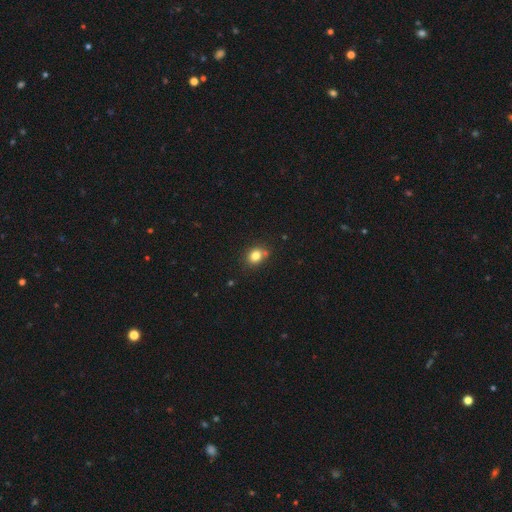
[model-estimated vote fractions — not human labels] Q: Smooth or featured?
A: smooth (81%); runner-up: star or artifact (12%)
Q: How rounded?
A: round (64%); runner-up: in between (35%)
Q: Merging?
A: none (70%); runner-up: minor disturbance (15%)